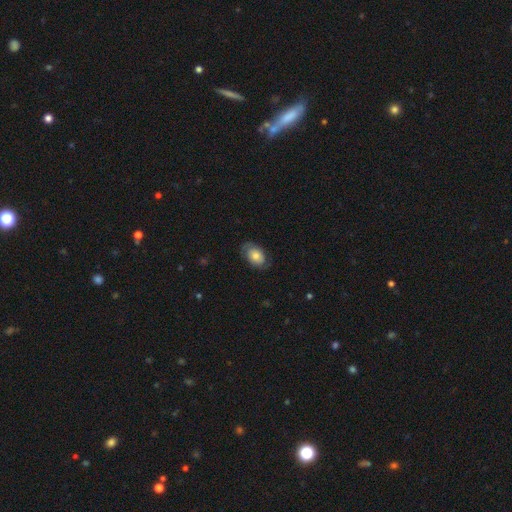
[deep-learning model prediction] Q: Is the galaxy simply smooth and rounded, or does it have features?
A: smooth — 49%.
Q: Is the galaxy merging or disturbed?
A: none — 72%.